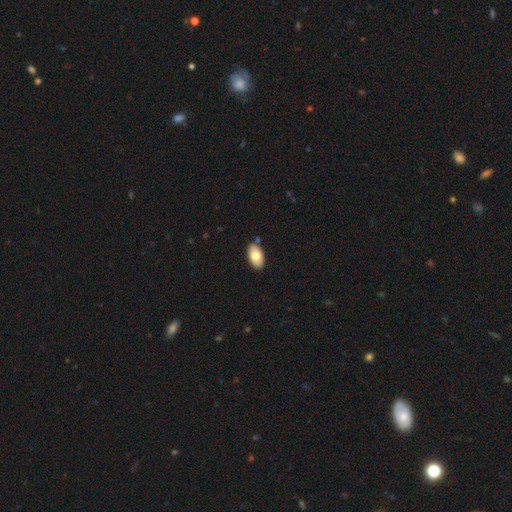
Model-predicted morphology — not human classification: smooth-or-featured: smooth: 76% | featured or disk: 17% | star or artifact: 6%
  how-rounded: in between: 94% | round: 4% | cigar-shaped: 2%
  merging: none: 85% | minor disturbance: 11% | merger: 3% | major disturbance: 2%